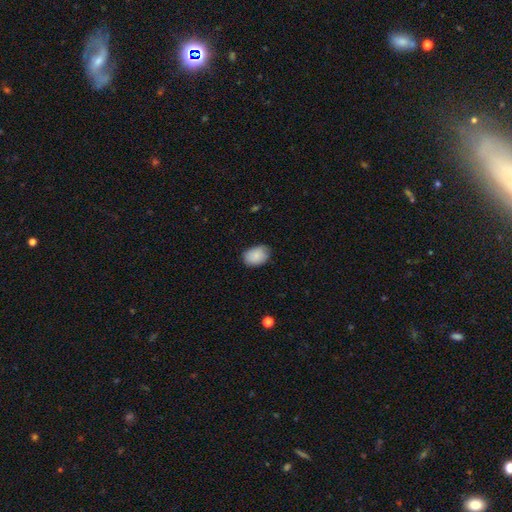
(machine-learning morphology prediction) The model was most divided on "how rounded": in between: 78%, round: 21%, cigar-shaped: 1%. More confident: smooth or featured — smooth (88%); merging — none (79%).